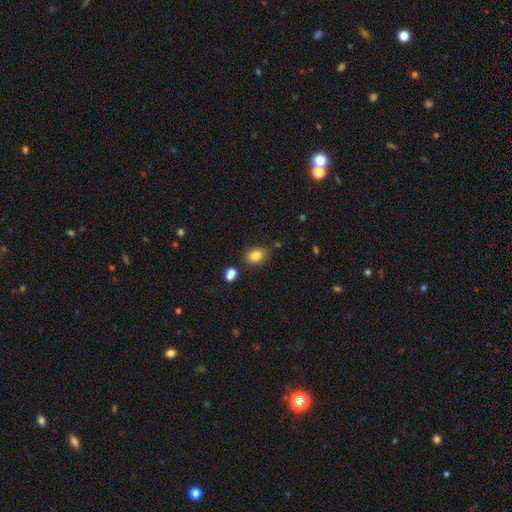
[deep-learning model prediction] smooth_or_featured: smooth (p=0.83) [alt: star or artifact p=0.10]
how_rounded: in between (p=0.67) [alt: round p=0.31]
merging: none (p=0.78) [alt: minor disturbance p=0.13]